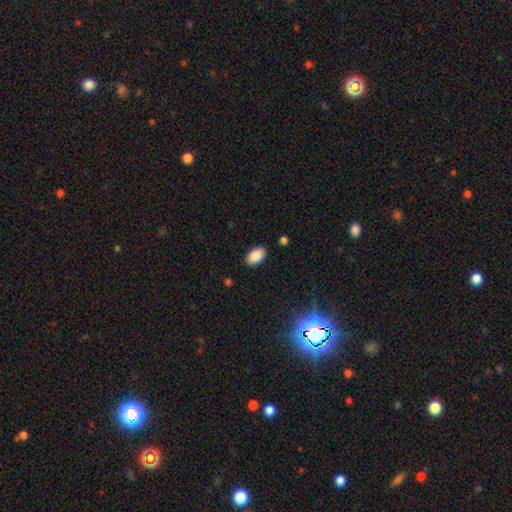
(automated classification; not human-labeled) Morphology: type=smooth (89%); roundness=in between (93%); merging=none (88%).